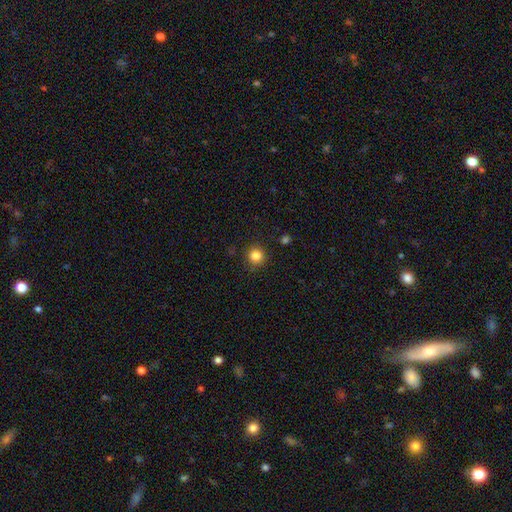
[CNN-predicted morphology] A smooth galaxy with no disk features (84%) that is round (92%). Merging: none (89%).